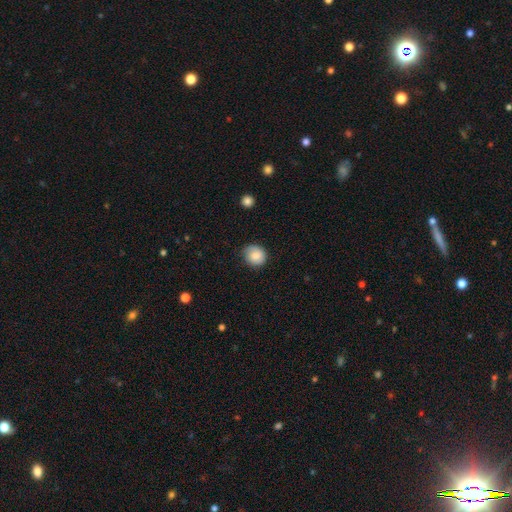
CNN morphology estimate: This is clearly a smooth galaxy (82%). How rounded: clearly round (83%). Merging: likely none (73%).